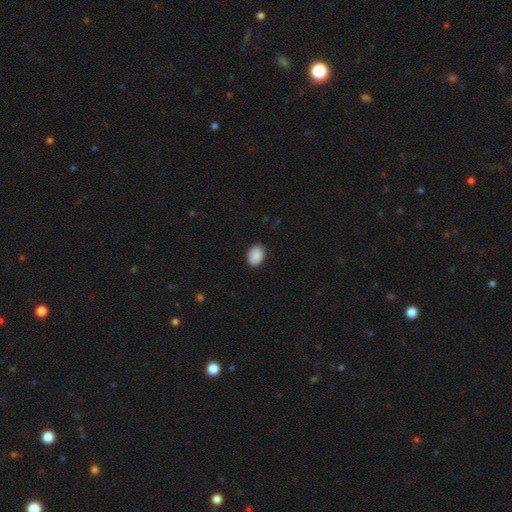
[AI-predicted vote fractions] This is clearly a smooth galaxy (90%). How rounded: likely in between (74%). Merging: clearly none (88%).